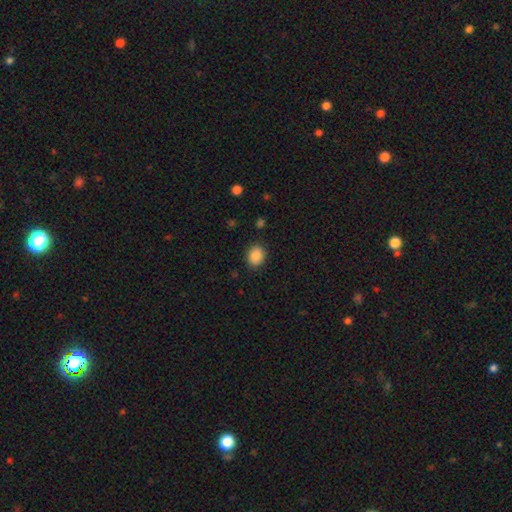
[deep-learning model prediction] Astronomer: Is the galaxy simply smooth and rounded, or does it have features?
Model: smooth — 87%.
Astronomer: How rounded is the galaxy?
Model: in between — 51% (runner-up: round, 48%).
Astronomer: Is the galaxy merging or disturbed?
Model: none — 88%.